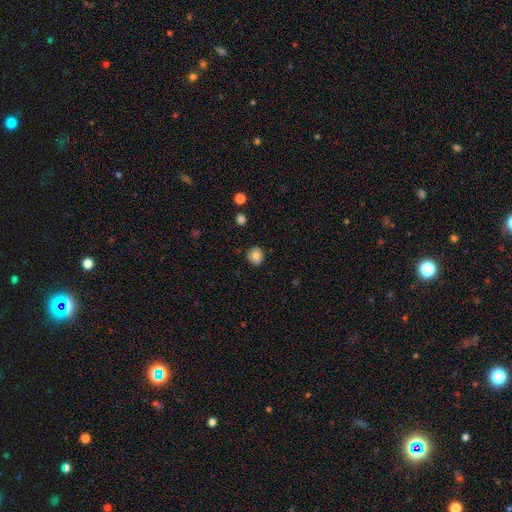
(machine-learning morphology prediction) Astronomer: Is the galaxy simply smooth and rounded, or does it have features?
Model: smooth — 77%.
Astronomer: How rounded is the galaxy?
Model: round — 89%.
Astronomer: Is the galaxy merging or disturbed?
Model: none — 89%.